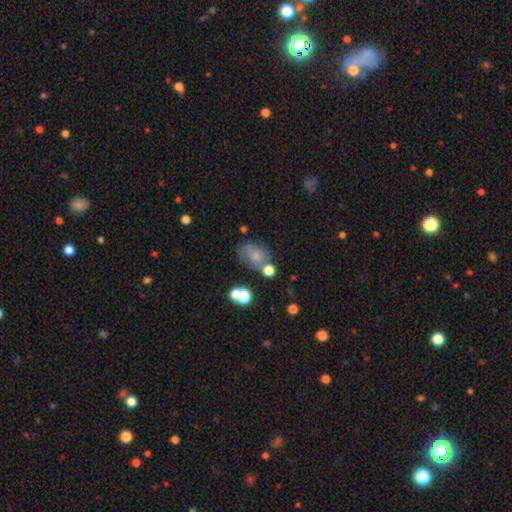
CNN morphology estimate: Overall: smooth (59%; featured or disk 27%). How rounded: in between (72%). Merging: none (48%; minor disturbance 24%).